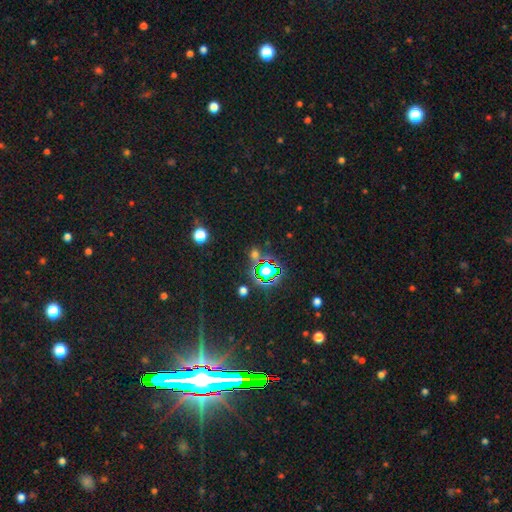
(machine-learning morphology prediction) star or artifact 74%, smooth 18%, featured or disk 8%.